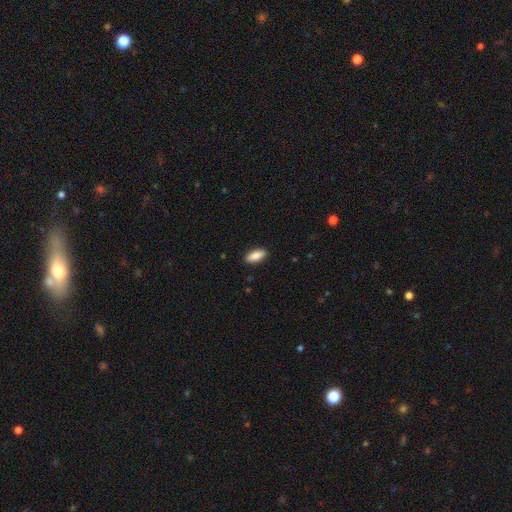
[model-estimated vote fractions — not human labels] Overall: smooth (89%). How rounded: in between (85%). Merging: none (90%).